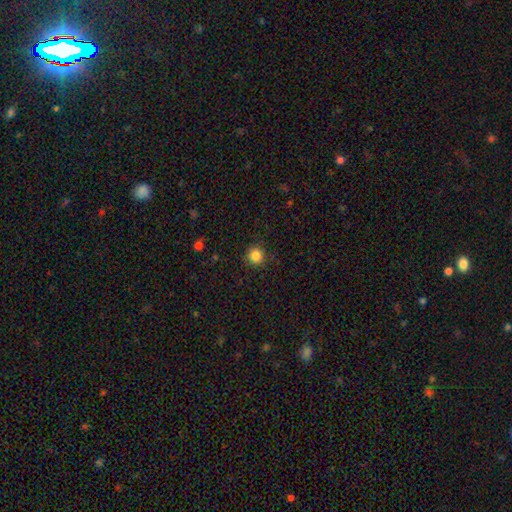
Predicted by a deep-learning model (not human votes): Smooth or featured? smooth (85%)
How rounded? round (94%)
Merging? none (91%)